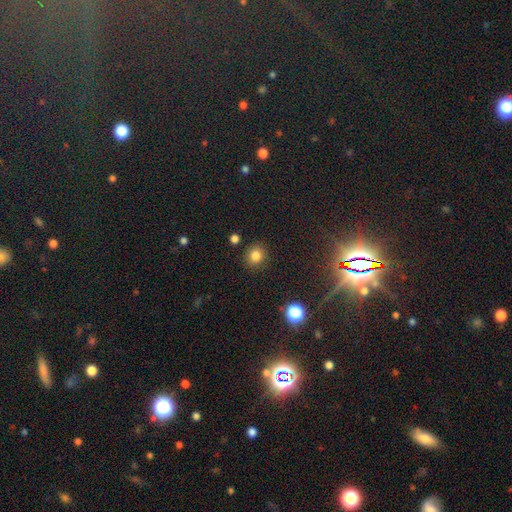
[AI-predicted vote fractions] Smooth or featured? Predicted: smooth (p=0.82). How rounded? Predicted: round (p=0.80). Merging? Predicted: none (p=0.87).